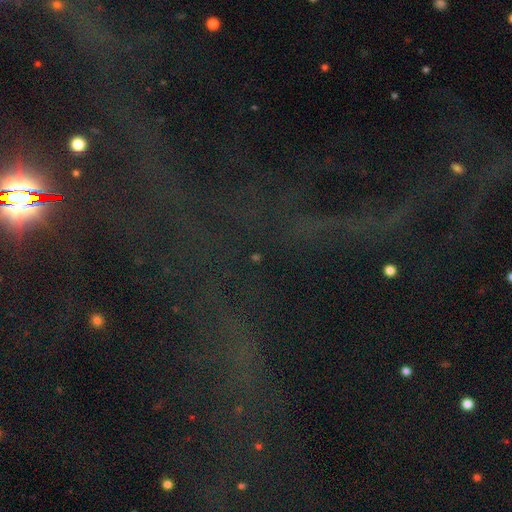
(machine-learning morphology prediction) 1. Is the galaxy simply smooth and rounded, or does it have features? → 76% star or artifact, 13% featured or disk, 11% smooth.